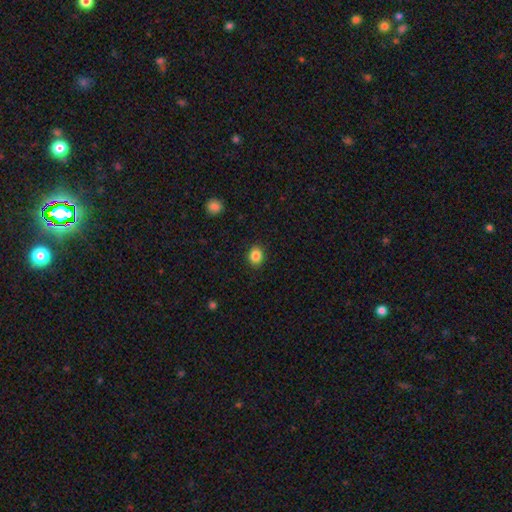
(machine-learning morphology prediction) A smooth galaxy with no disk features (85%) that is round (69%).

Vote fractions:
- Smooth or featured? smooth: 85% / star or artifact: 10% / featured or disk: 4%
- How rounded? round: 69% / in between: 30% / cigar-shaped: 1%
- Merging? none: 90% / minor disturbance: 7% / major disturbance: 2% / merger: 1%